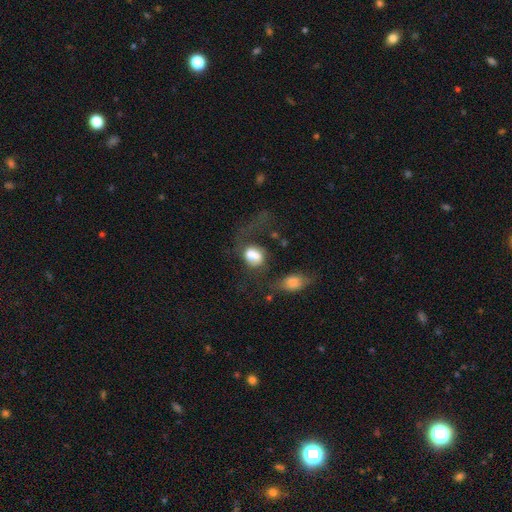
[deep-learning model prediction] This appears to be a smooth galaxy with no disk features (63%) that is round (53%). Merging: merger (39%).